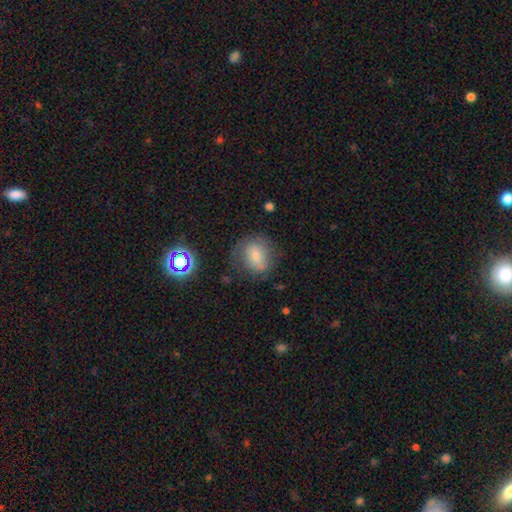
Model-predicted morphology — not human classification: The model was most divided on "how rounded": round: 64%, in between: 35%, cigar-shaped: 1%. More confident: smooth or featured — smooth (69%); merging — none (64%).